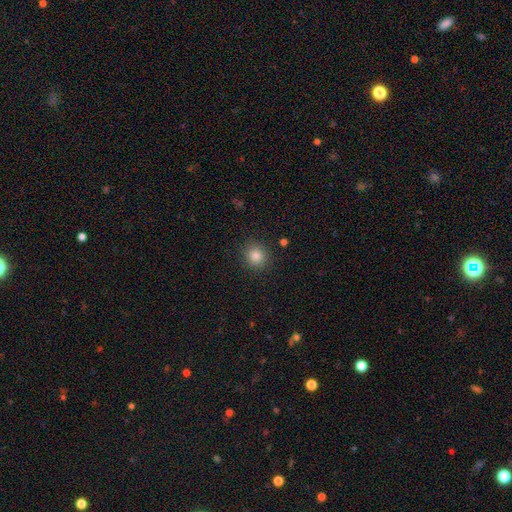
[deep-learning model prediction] Smooth or featured? smooth (83%)
How rounded? round (88%)
Merging? none (90%)